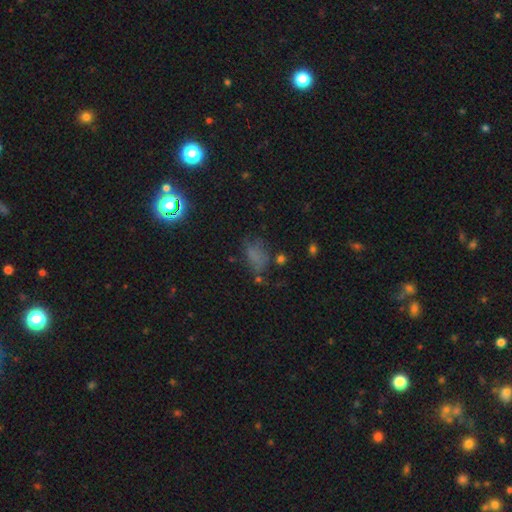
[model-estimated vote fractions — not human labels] Q: Smooth or featured?
A: smooth (55%); runner-up: star or artifact (28%)
Q: How rounded?
A: in between (79%); runner-up: round (18%)
Q: Merging?
A: none (48%); runner-up: minor disturbance (25%)